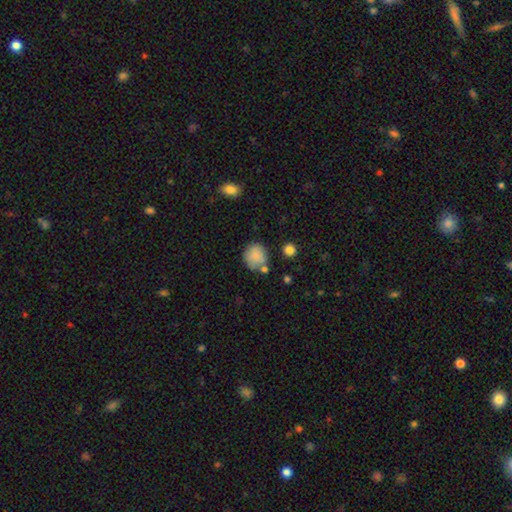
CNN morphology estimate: A smooth galaxy with no disk features (83%) that is round (81%). Merging: none (64%).